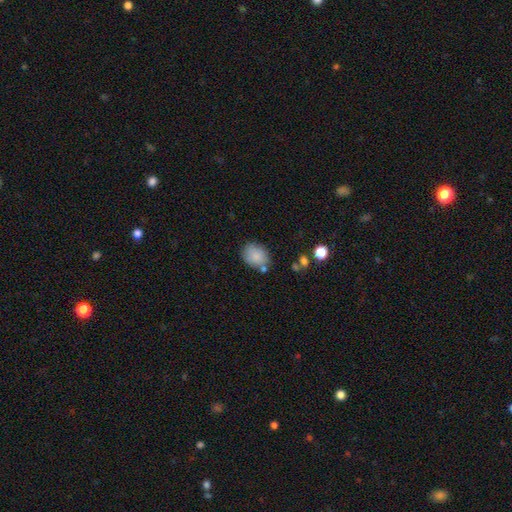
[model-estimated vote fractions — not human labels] Overall: smooth (83%). How rounded: in between (59%; round 39%). Merging: none (69%).